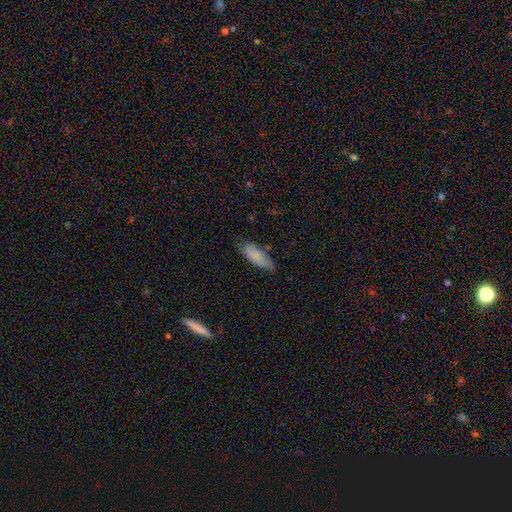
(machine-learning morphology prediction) The model was most divided on "how rounded": in between: 64%, cigar-shaped: 34%, round: 2%. More confident: smooth or featured — smooth (82%); merging — none (71%).